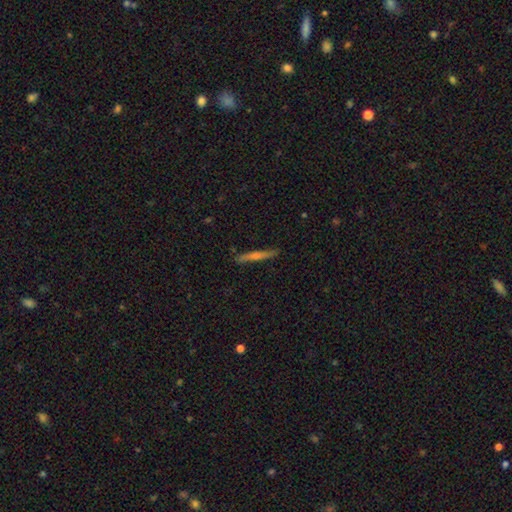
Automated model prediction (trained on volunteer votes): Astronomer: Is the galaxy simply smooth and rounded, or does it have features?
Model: featured or disk — 56% (runner-up: smooth, 36%).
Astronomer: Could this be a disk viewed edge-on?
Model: yes — 96%.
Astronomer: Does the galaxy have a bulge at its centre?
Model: rounded — 55% (runner-up: none, 35%).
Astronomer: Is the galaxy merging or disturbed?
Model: none — 87%.